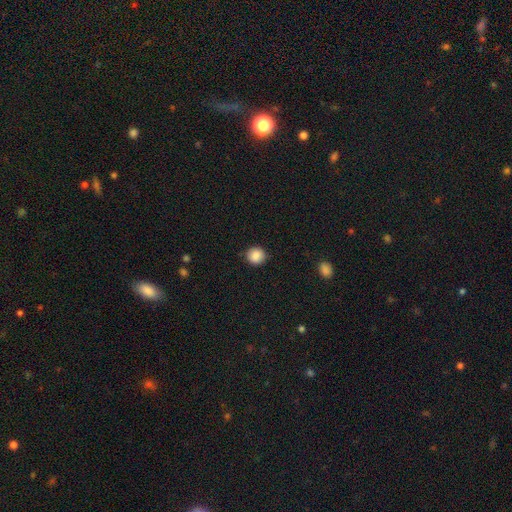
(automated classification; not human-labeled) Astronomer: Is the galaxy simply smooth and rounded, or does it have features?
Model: smooth — 87%.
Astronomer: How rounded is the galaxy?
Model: round — 92%.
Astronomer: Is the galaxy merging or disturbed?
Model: none — 89%.